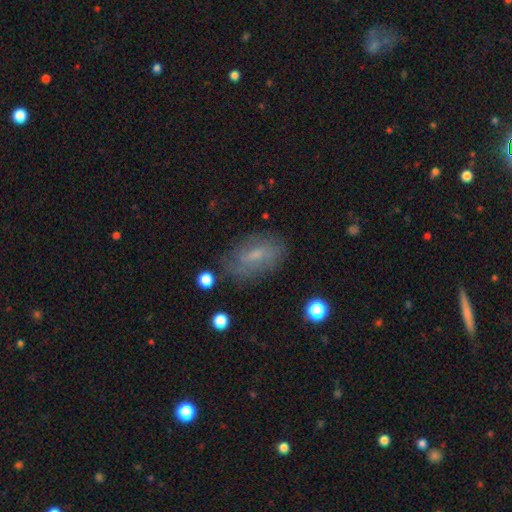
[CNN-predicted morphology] Smooth or featured?
  - smooth: 52% *
  - featured or disk: 37%
  - star or artifact: 11%
How rounded?
  - in between: 86% *
  - cigar-shaped: 7%
  - round: 7%
Merging?
  - none: 70% *
  - minor disturbance: 20%
  - major disturbance: 7%
  - merger: 2%